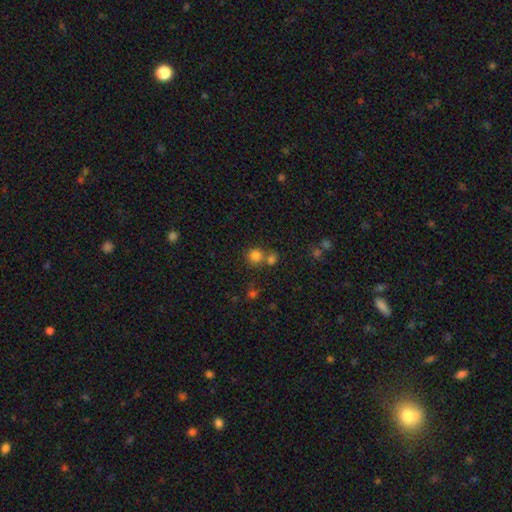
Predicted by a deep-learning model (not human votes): A smooth galaxy with no disk features (79%) that is round (88%).

Vote fractions:
- Smooth or featured? smooth: 79% / star or artifact: 14% / featured or disk: 6%
- How rounded? round: 88% / in between: 11% / cigar-shaped: 1%
- Merging? none: 59% / merger: 31% / minor disturbance: 7% / major disturbance: 3%